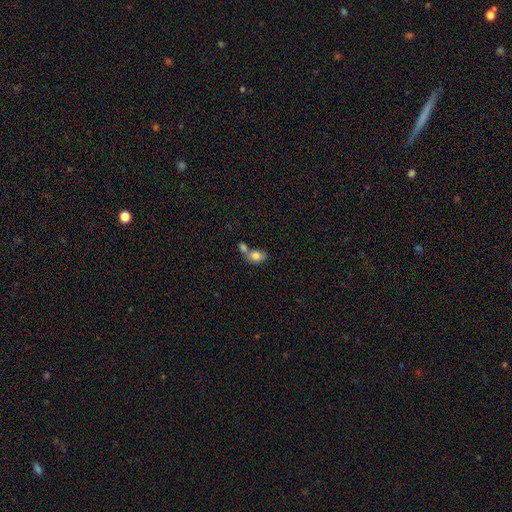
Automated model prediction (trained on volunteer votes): smooth 80%, featured or disk 12%, star or artifact 8%. Down the decision tree: how rounded — in between (74%); merging — merger (57%).